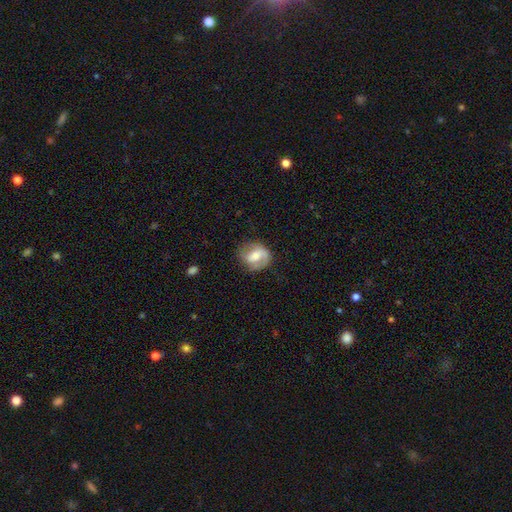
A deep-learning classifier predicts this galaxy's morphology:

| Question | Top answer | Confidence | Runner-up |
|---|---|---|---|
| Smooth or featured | featured or disk | 49% | smooth (43%) |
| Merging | none | 67% | minor disturbance (22%) |